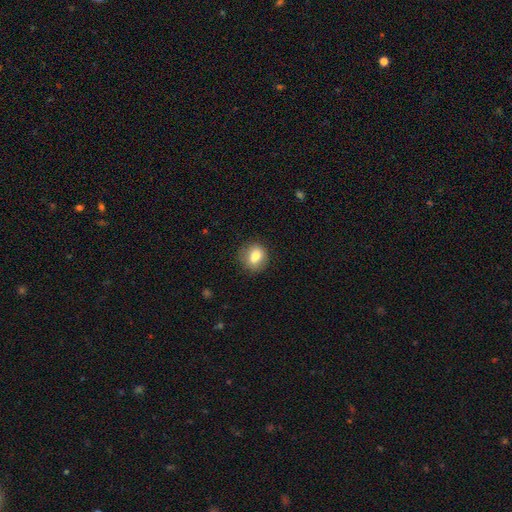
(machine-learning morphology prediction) smooth 80%, featured or disk 11%, star or artifact 9%. Down the decision tree: how rounded — round (64%); merging — none (76%).